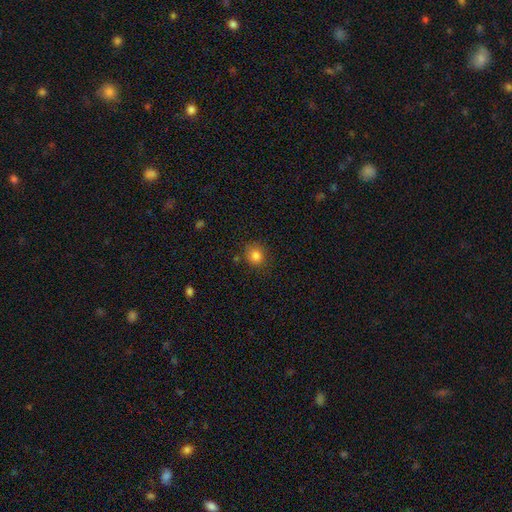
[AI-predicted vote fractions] smooth 83%, star or artifact 12%, featured or disk 6%. Down the decision tree: how rounded — round (85%); merging — none (82%).